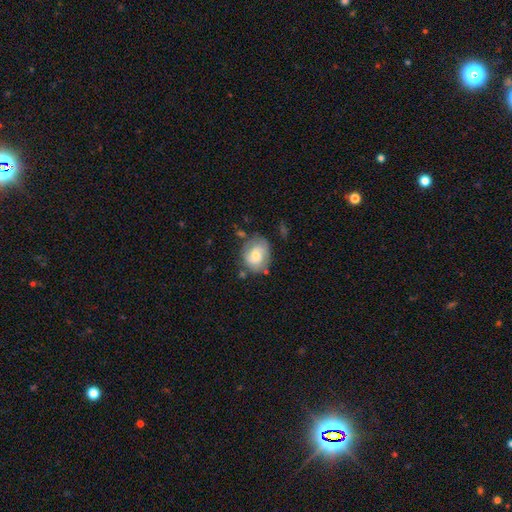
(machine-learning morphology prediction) Smooth or featured?
  - smooth: 57% *
  - featured or disk: 36%
  - star or artifact: 7%
How rounded?
  - round: 56% *
  - in between: 43%
  - cigar-shaped: 1%
Merging?
  - none: 64% *
  - minor disturbance: 23%
  - major disturbance: 8%
  - merger: 5%